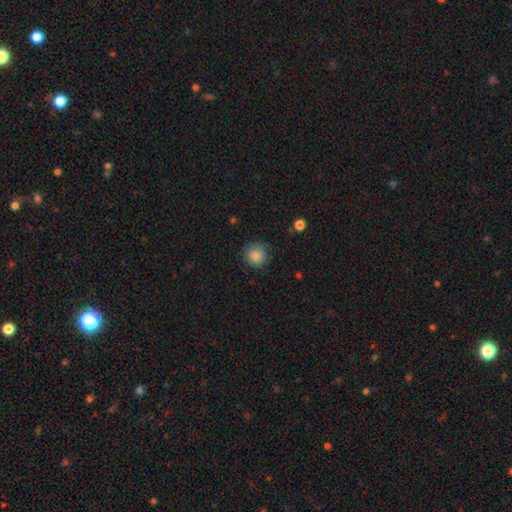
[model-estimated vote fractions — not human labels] smooth_or_featured: smooth (p=0.85) [alt: star or artifact p=0.09]
how_rounded: round (p=0.92) [alt: in between p=0.07]
merging: none (p=0.80) [alt: minor disturbance p=0.15]